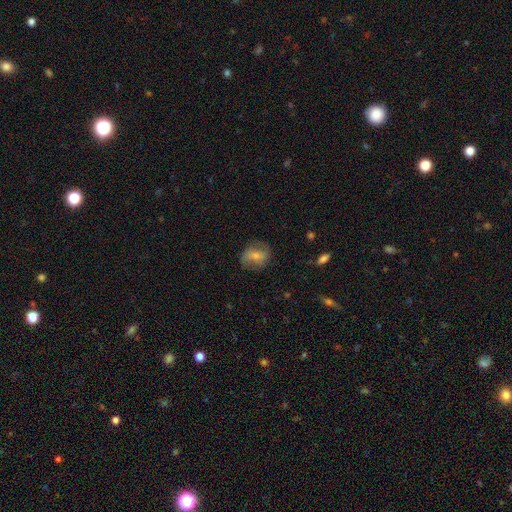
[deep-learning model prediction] A smooth galaxy with no disk features (52%) that is in between round and cigar-shaped (53%).

Vote fractions:
- Smooth or featured? smooth: 52% / featured or disk: 39% / star or artifact: 8%
- How rounded? in between: 53% / round: 45% / cigar-shaped: 2%
- Merging? none: 72% / minor disturbance: 19% / major disturbance: 8% / merger: 1%